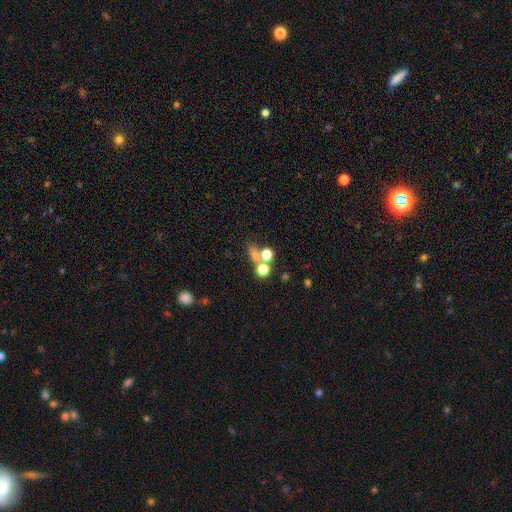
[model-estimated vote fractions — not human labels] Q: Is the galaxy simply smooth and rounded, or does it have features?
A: smooth — 59%.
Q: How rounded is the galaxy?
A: round — 65%.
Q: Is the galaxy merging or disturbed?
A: none — 47%.